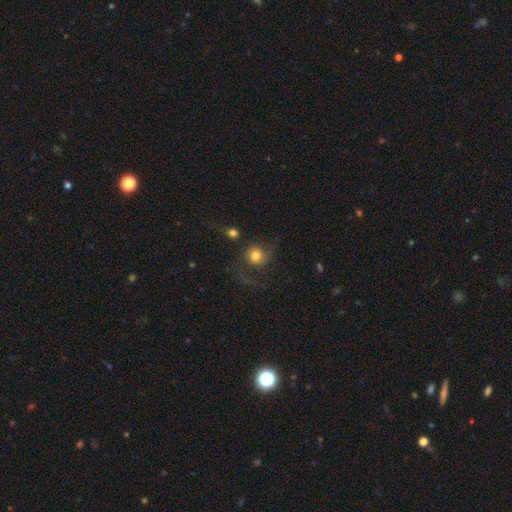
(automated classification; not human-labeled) Smooth or featured? Predicted: smooth (p=0.53). How rounded? Predicted: round (p=0.86). Merging? Predicted: none (p=0.46).